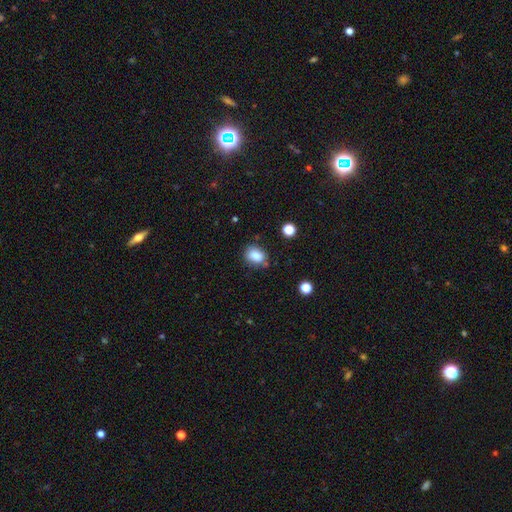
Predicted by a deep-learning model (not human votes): Smooth or featured: smooth — 84% (star or artifact — 10%)
How rounded: in between — 63% (round — 36%)
Merging: none — 75% (minor disturbance — 17%)